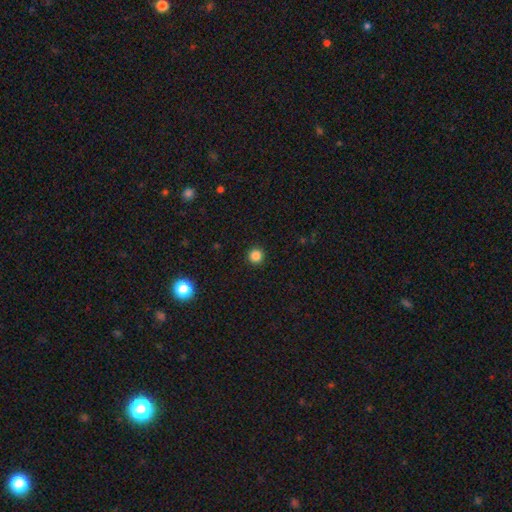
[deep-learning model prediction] This appears to be a smooth galaxy with no disk features (85%) that is round (96%). Merging: none (93%).